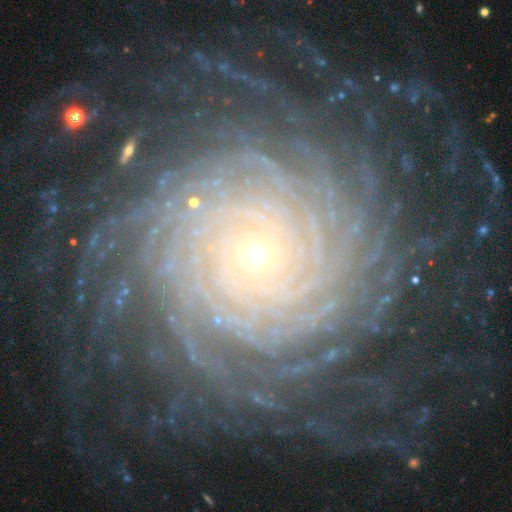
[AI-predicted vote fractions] Smooth or featured? Predicted: featured or disk (p=0.89). Edge-on disk? Predicted: no (p=0.98). Bar? Predicted: no (p=0.74). Spiral arms? Predicted: yes (p=0.98). Spiral winding? Predicted: tight (p=0.88). Spiral arm count? Predicted: more than 4 (p=0.52). Bulge size? Predicted: small (p=0.84). Merging? Predicted: none (p=0.81).